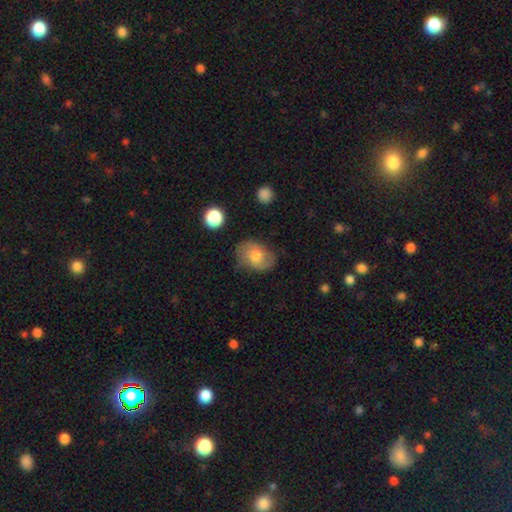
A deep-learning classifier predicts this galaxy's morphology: A smooth galaxy with no disk features (65%) that is in between round and cigar-shaped (71%). Merging: none (71%).